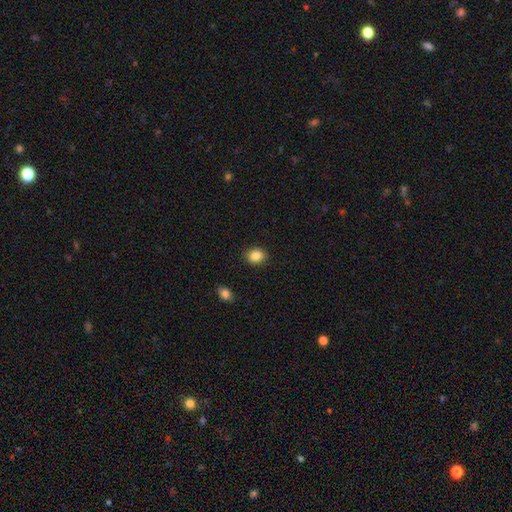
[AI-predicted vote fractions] Morphology: type=smooth (86%); roundness=round (56%); merging=none (89%).